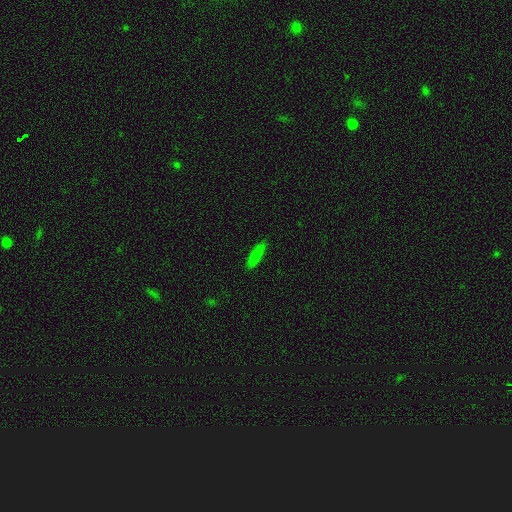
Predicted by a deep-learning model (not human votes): smooth 82%, star or artifact 9%, featured or disk 9%. Down the decision tree: how rounded — cigar-shaped (77%); merging — none (86%).